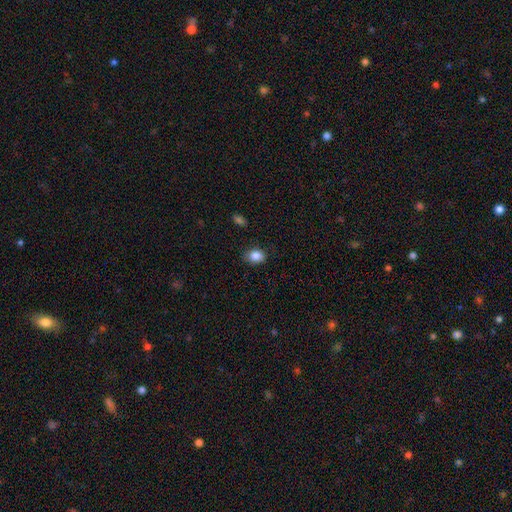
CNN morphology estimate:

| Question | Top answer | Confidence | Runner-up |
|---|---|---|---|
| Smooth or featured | smooth | 86% | star or artifact (9%) |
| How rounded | in between | 63% | round (36%) |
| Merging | none | 83% | minor disturbance (13%) |